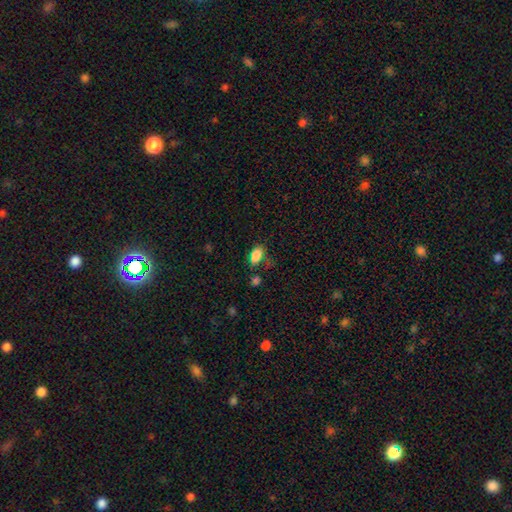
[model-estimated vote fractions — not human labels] Overall: smooth (85%). How rounded: in between (91%). Merging: none (60%; minor disturbance 23%).